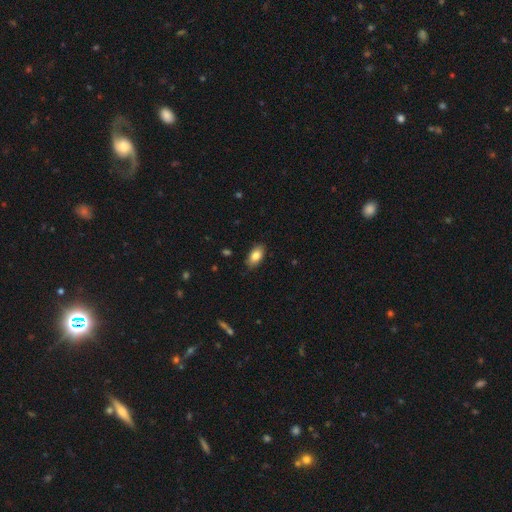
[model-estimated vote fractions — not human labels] smooth 84%, featured or disk 9%, star or artifact 7%. Down the decision tree: how rounded — in between (92%); merging — none (86%).